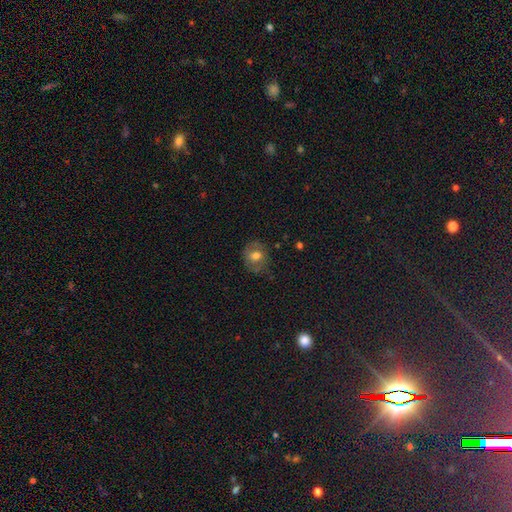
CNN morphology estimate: type=smooth (57%); roundness=round (72%); merging=none (70%).